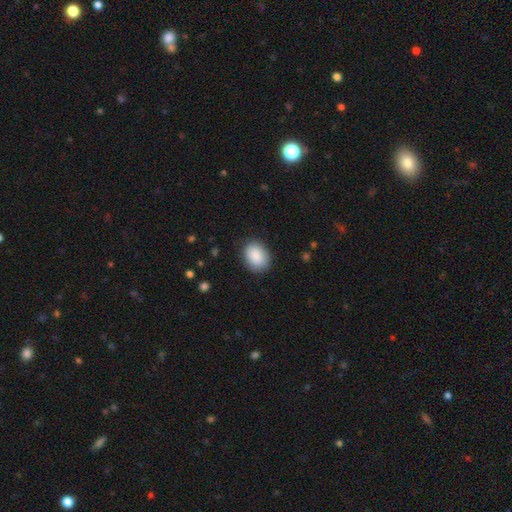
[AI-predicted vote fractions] smooth-or-featured: smooth: 89% | star or artifact: 6% | featured or disk: 4%
  how-rounded: in between: 69% | round: 30% | cigar-shaped: 1%
  merging: none: 85% | minor disturbance: 11% | major disturbance: 3% | merger: 1%